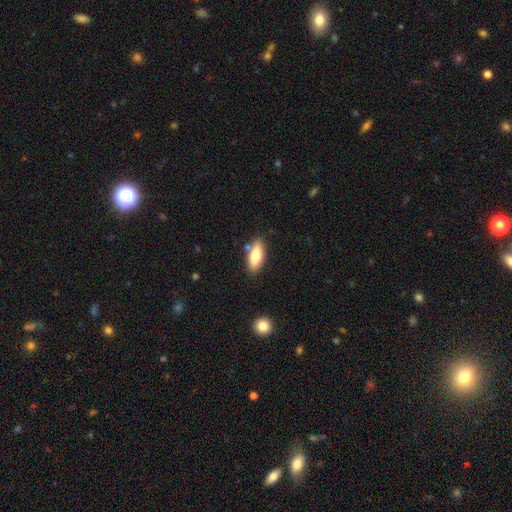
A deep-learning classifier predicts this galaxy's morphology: Overall: smooth (77%). How rounded: in between (78%). Merging: none (80%).